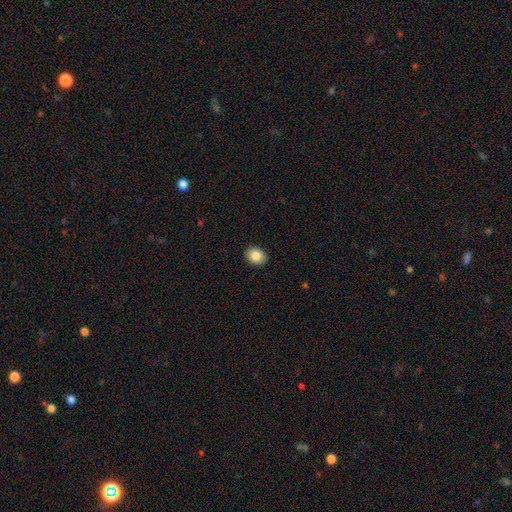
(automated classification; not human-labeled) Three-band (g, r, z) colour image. It shows a smooth galaxy with no disk features (85%) that is in between round and cigar-shaped (60%). Merging: none (90%).